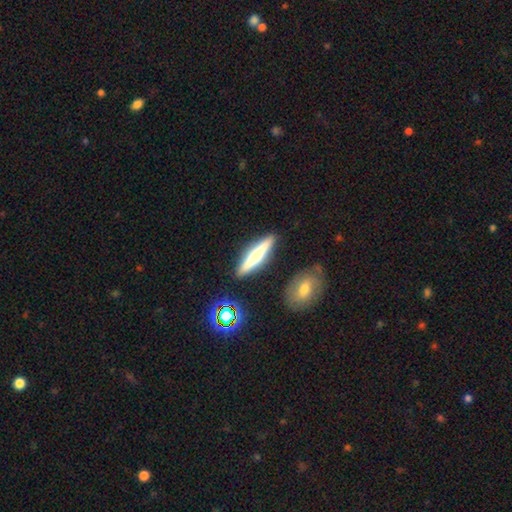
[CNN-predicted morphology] Smooth or featured? Predicted: smooth (p=0.50). How rounded? Predicted: cigar-shaped (p=0.87). Merging? Predicted: none (p=0.87).